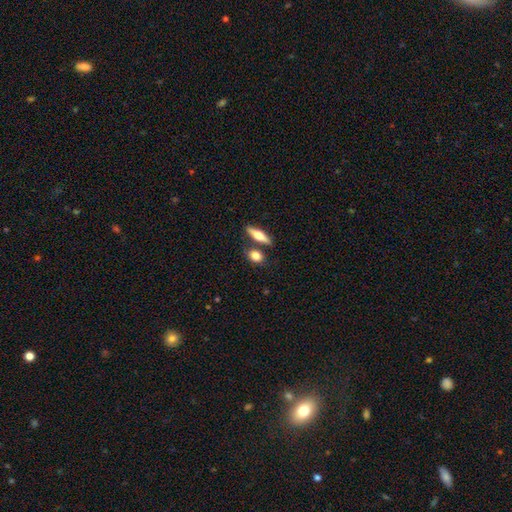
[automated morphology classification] type=smooth (75%); roundness=in between (57%); merging=none (67%).